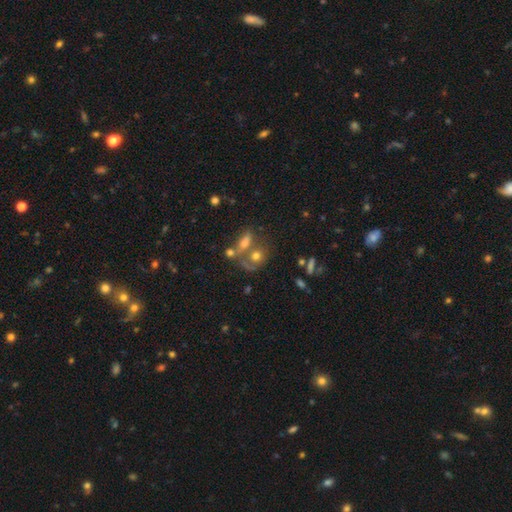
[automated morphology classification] smooth 42%, star or artifact 36%, featured or disk 23%. Down the decision tree: merging — merger (42%).